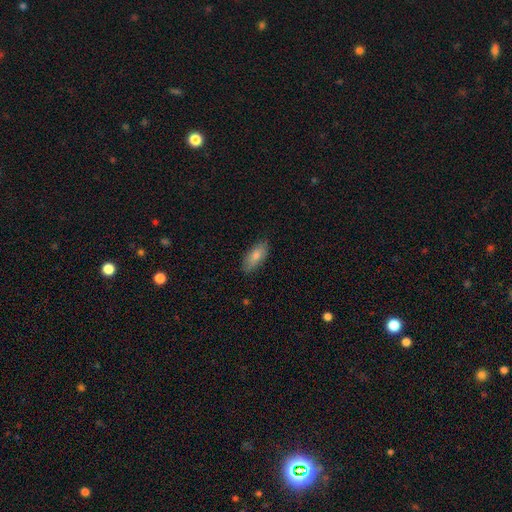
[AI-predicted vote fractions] A smooth galaxy with no disk features (82%) that is in between round and cigar-shaped (82%). Merging: none (82%).